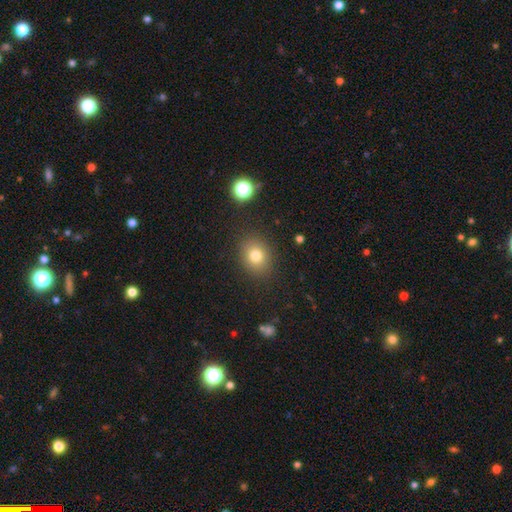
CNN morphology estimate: Q: Smooth or featured?
A: smooth (78%); runner-up: star or artifact (13%)
Q: How rounded?
A: round (64%); runner-up: in between (35%)
Q: Merging?
A: none (87%); runner-up: minor disturbance (9%)